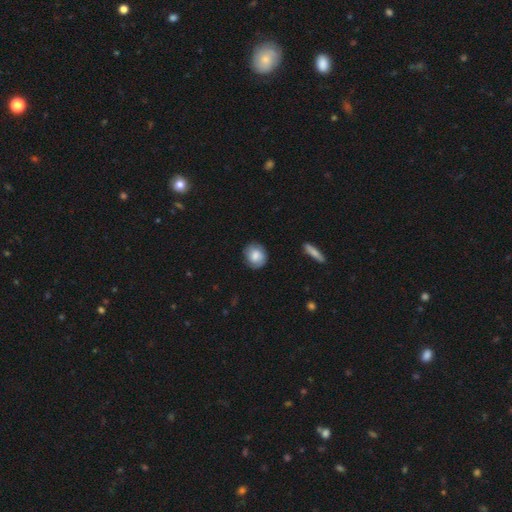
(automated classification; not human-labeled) This is likely a smooth galaxy (78%). How rounded: likely round (76%). Merging: clearly none (82%).